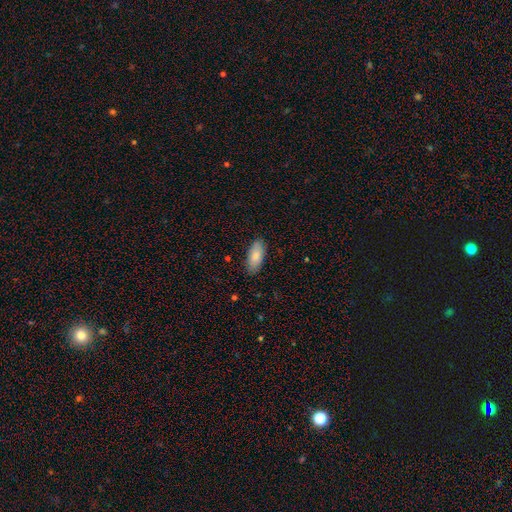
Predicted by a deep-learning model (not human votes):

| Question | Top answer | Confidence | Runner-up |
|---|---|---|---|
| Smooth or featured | smooth | 84% | featured or disk (11%) |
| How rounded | in between | 87% | cigar-shaped (11%) |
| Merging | none | 85% | minor disturbance (11%) |